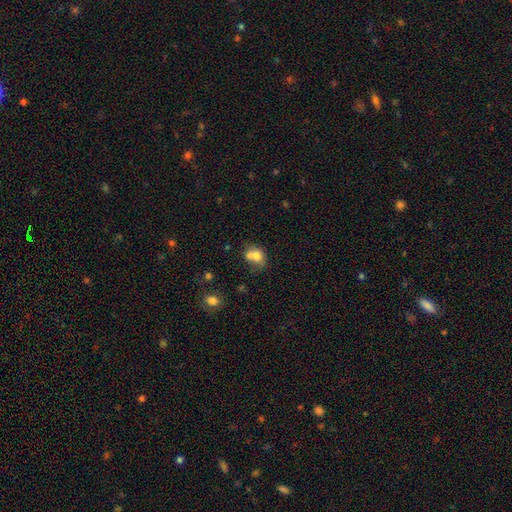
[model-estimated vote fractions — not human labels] smooth-or-featured: smooth: 73% | featured or disk: 16% | star or artifact: 11%
  how-rounded: round: 57% | in between: 42% | cigar-shaped: 1%
  merging: merger: 46% | none: 33% | minor disturbance: 15% | major disturbance: 7%